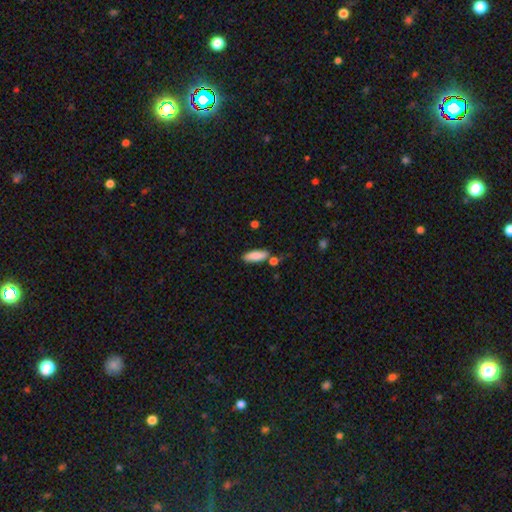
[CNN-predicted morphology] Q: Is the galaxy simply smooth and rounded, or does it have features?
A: smooth — 85%.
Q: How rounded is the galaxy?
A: in between — 66%.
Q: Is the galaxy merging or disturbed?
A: none — 69%.